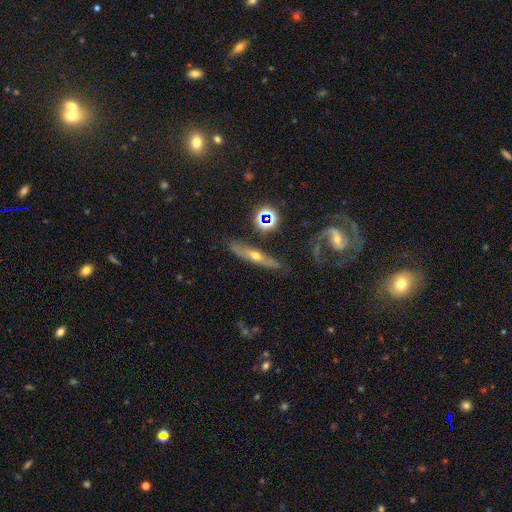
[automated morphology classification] This is possibly a featured or disk galaxy (57%). It is likely viewed edge-on (64%). Merging: likely none (74%).